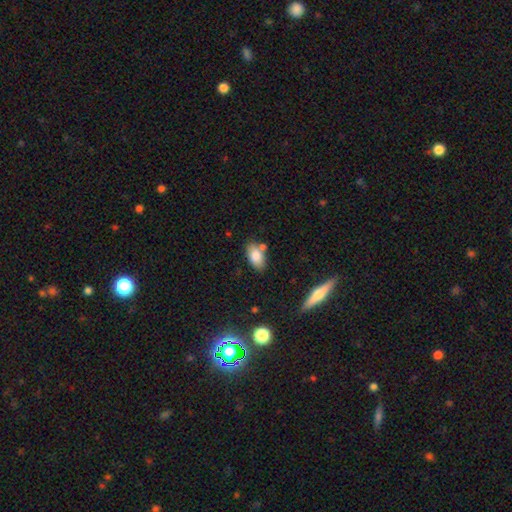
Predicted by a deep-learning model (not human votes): Smooth or featured? Predicted: smooth (p=0.79). How rounded? Predicted: in between (p=0.91). Merging? Predicted: none (p=0.70).